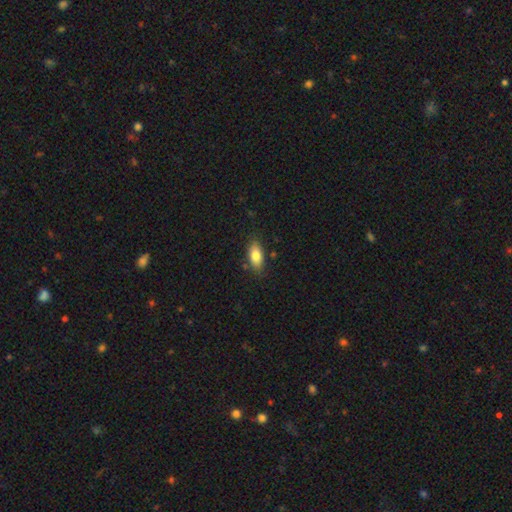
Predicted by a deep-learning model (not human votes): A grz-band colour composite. It shows a smooth galaxy with no disk features (82%) that is in between round and cigar-shaped (88%). Merging: none (81%).